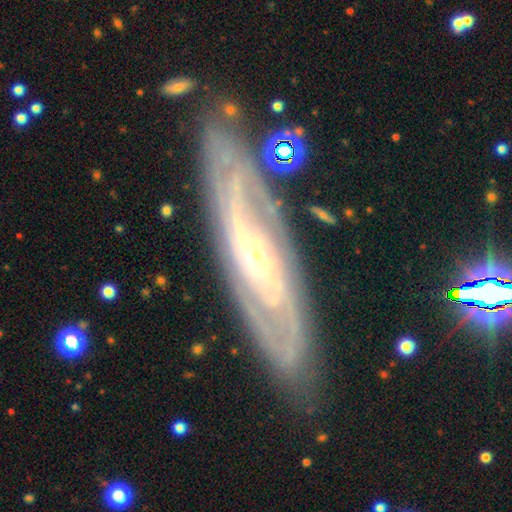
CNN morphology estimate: Overall: featured or disk (86%). Edge-on disk: no (78%). Bar: no (51%; weak 32%). Spiral arms: yes (94%). Spiral arm count: 2 (43%; can't tell 35%). Spiral winding: tight (59%; medium 32%). Bulge size: small (75%). Merging: none (82%).